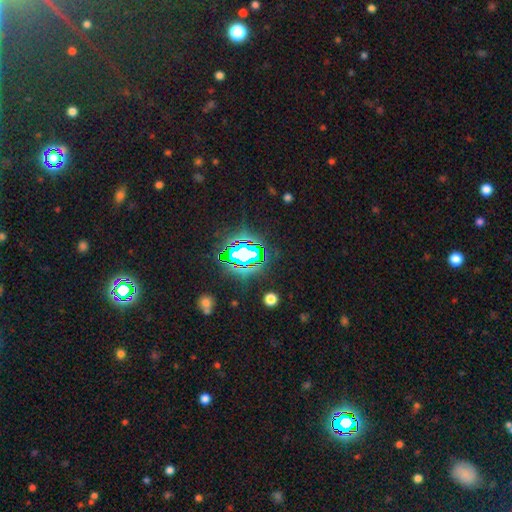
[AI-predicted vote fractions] smooth_or_featured: star or artifact (p=0.80) [alt: smooth p=0.12]